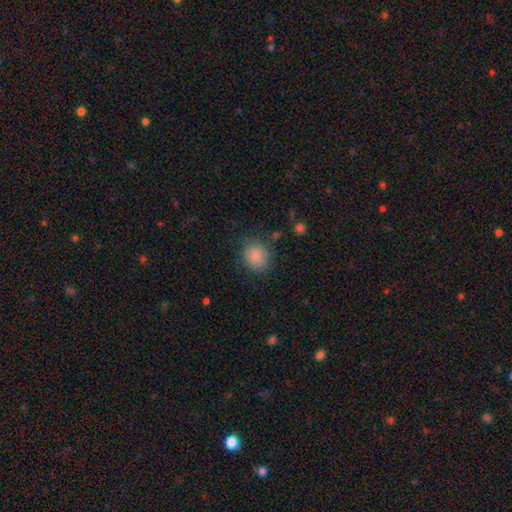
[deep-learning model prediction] smooth-or-featured: smooth: 84% | star or artifact: 9% | featured or disk: 7%
  how-rounded: round: 75% | in between: 24% | cigar-shaped: 1%
  merging: none: 73% | minor disturbance: 19% | major disturbance: 6% | merger: 2%